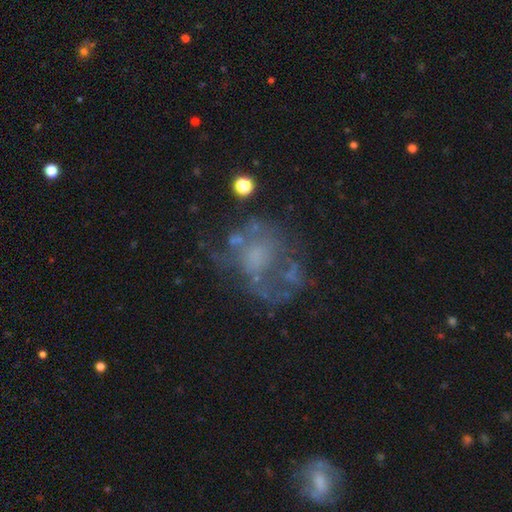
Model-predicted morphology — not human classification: A featured or disk galaxy (61%) with no bar (85%), no spiral arms (70%) and no central bulge (52%).

Vote fractions:
- Smooth or featured? featured or disk: 61% / smooth: 23% / star or artifact: 16%
- Edge-on disk? no: 97% / yes: 3%
- Bar? no: 85% / weak: 12% / strong: 3%
- Spiral arms? no: 70% / yes: 30%
- Bulge size? none: 52% / moderate: 20% / small: 20% / large: 6% / dominant: 2%
- Merging? none: 43% / major disturbance: 31% / minor disturbance: 19% / merger: 8%